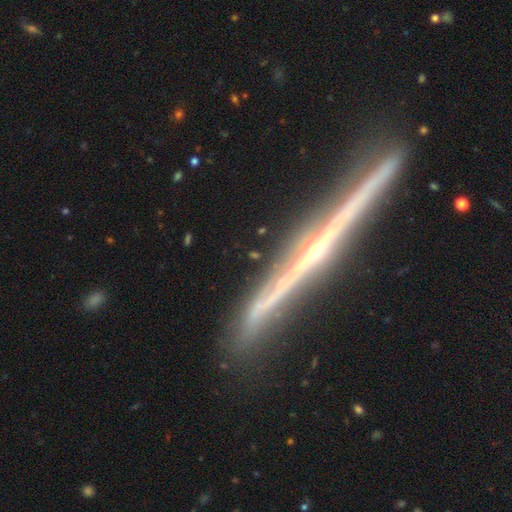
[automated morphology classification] Smooth or featured?
  - featured or disk: 75% *
  - smooth: 13%
  - star or artifact: 11%
Edge-on disk?
  - yes: 90% *
  - no: 10%
Edge-on bulge?
  - rounded: 54% *
  - none: 37%
  - boxy: 8%
Merging?
  - none: 77% *
  - minor disturbance: 14%
  - merger: 4%
  - major disturbance: 4%